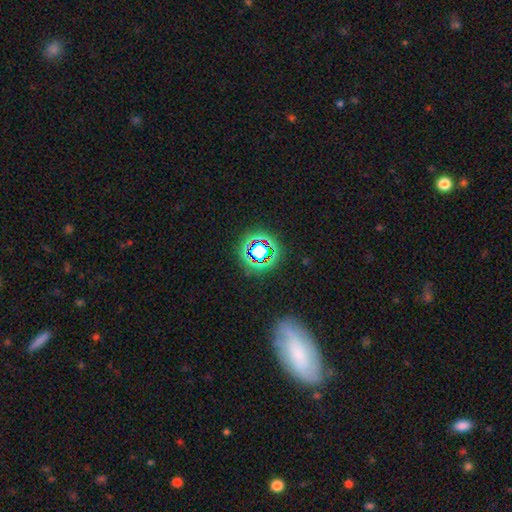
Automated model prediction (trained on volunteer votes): This is possibly a star or artifact rather than a galaxy (57%).